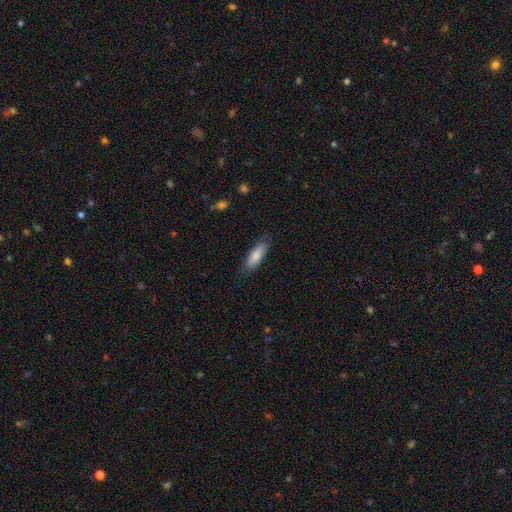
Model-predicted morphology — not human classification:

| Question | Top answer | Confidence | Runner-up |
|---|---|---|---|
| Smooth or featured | smooth | 83% | featured or disk (11%) |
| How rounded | in between | 57% | cigar-shaped (42%) |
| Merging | none | 82% | minor disturbance (14%) |